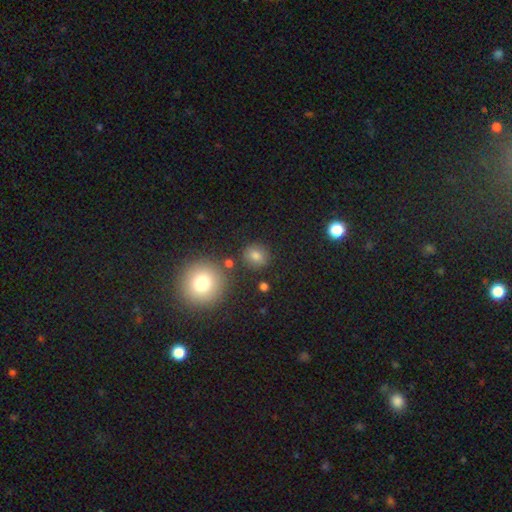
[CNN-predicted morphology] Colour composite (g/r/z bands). It shows a smooth galaxy with no disk features (79%) that is round (82%). Merging: none (84%).